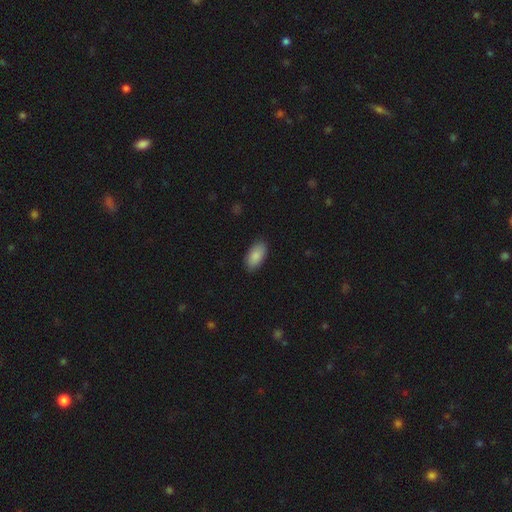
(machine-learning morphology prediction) The model was most divided on "merging": none: 87%, minor disturbance: 10%, major disturbance: 2%, merger: 1%. More confident: how rounded — in between (94%); smooth or featured — smooth (89%).